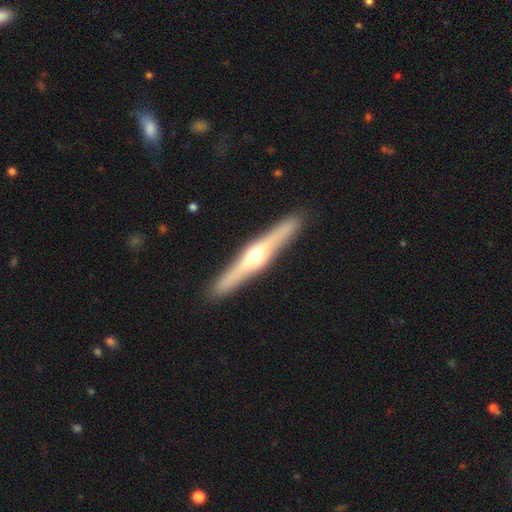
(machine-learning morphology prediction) Smooth or featured? Predicted: featured or disk (p=0.69). Edge-on disk? Predicted: yes (p=0.95). Edge-on bulge? Predicted: rounded (p=0.94). Merging? Predicted: none (p=0.91).